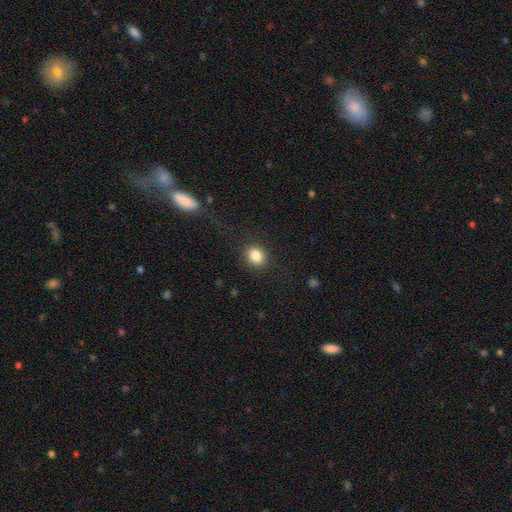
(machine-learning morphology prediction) Q: Smooth or featured?
A: smooth (85%); runner-up: star or artifact (9%)
Q: How rounded?
A: round (62%); runner-up: in between (37%)
Q: Merging?
A: none (85%); runner-up: minor disturbance (9%)